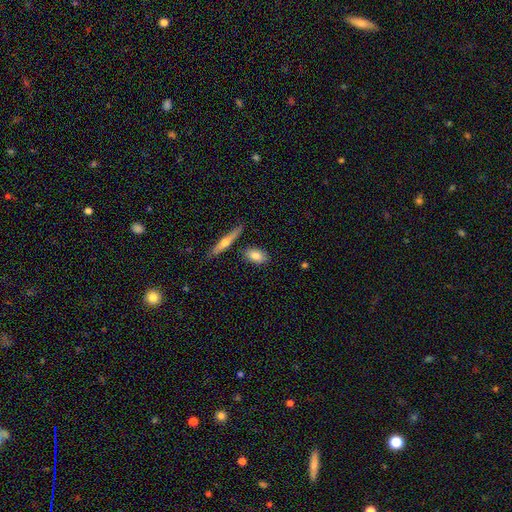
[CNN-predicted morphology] Overall: smooth (77%). How rounded: in between (83%). Merging: none (79%).